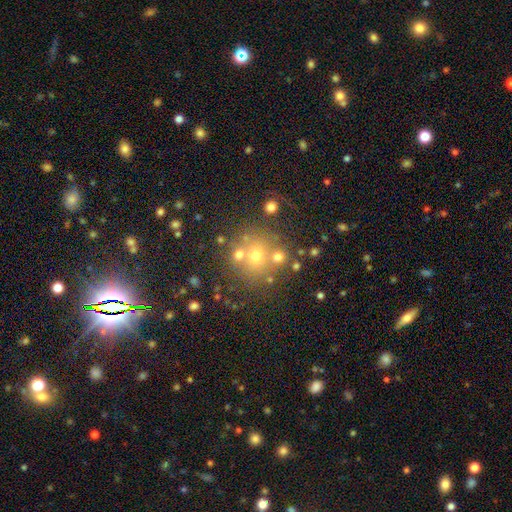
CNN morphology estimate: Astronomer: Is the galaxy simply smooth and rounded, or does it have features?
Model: smooth — 56%.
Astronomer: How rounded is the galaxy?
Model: round — 86%.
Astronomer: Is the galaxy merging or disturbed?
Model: none — 65%.